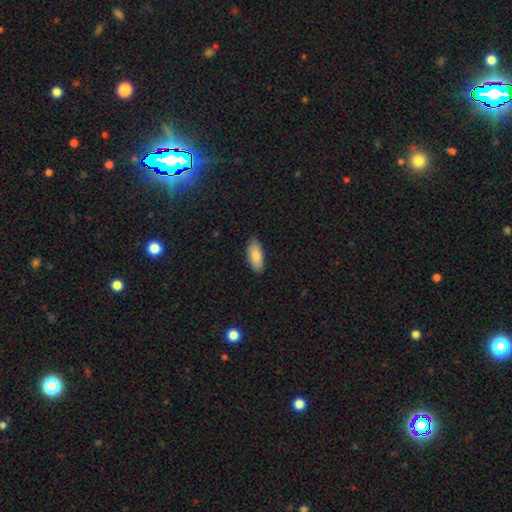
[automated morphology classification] smooth 86%, featured or disk 9%, star or artifact 6%. Down the decision tree: how rounded — in between (84%); merging — none (86%).